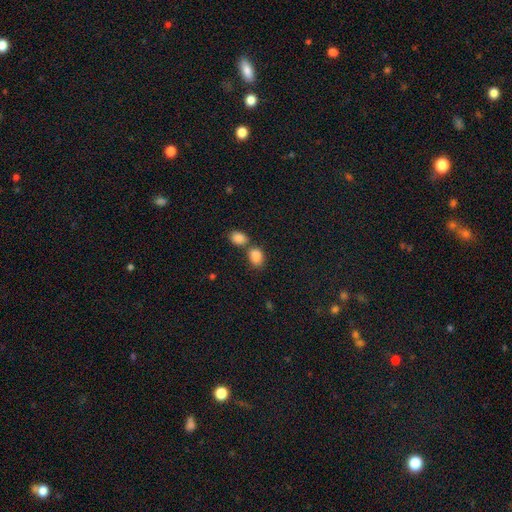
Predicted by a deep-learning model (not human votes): Q: Smooth or featured?
A: smooth (86%); runner-up: star or artifact (9%)
Q: How rounded?
A: in between (80%); runner-up: round (19%)
Q: Merging?
A: none (45%); runner-up: merger (41%)